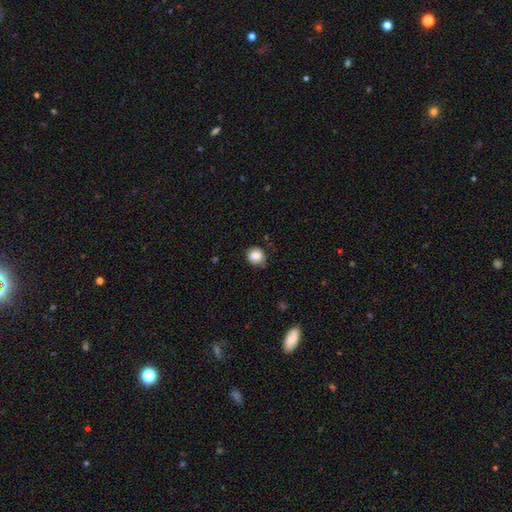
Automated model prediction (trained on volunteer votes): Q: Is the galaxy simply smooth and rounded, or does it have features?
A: smooth — 86%.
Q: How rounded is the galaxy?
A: round — 81%.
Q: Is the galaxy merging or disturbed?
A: none — 81%.